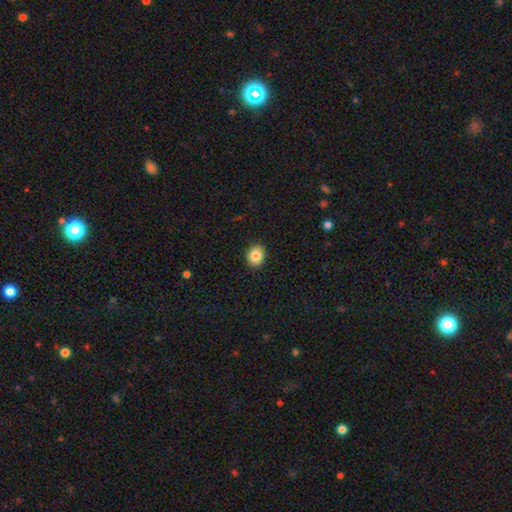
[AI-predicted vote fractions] The model was most divided on "how rounded": round: 55%, in between: 44%, cigar-shaped: 1%. More confident: merging — none (91%); smooth or featured — smooth (85%).